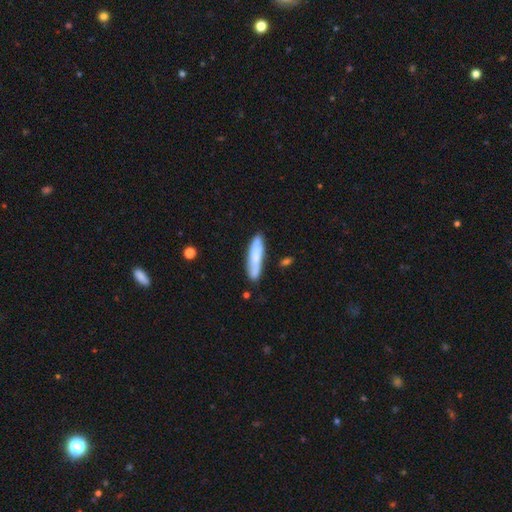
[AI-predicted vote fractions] Smooth or featured: smooth — 73% (featured or disk — 21%)
How rounded: cigar-shaped — 83% (in between — 15%)
Merging: none — 80% (minor disturbance — 14%)